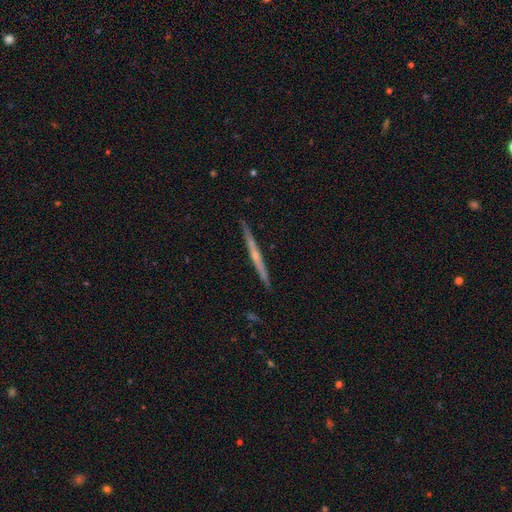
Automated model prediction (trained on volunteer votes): Smooth or featured? Predicted: featured or disk (p=0.75). Edge-on disk? Predicted: yes (p=0.98). Edge-on bulge? Predicted: rounded (p=0.56). Merging? Predicted: none (p=0.91).